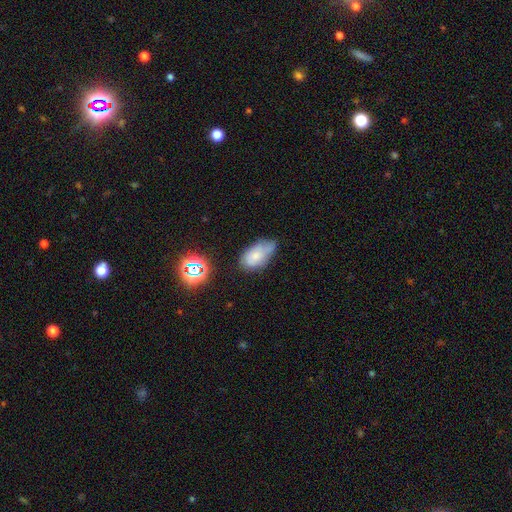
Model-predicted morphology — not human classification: This appears to be a smooth galaxy with no disk features (68%) that is in between round and cigar-shaped (92%). Merging: none (44%).